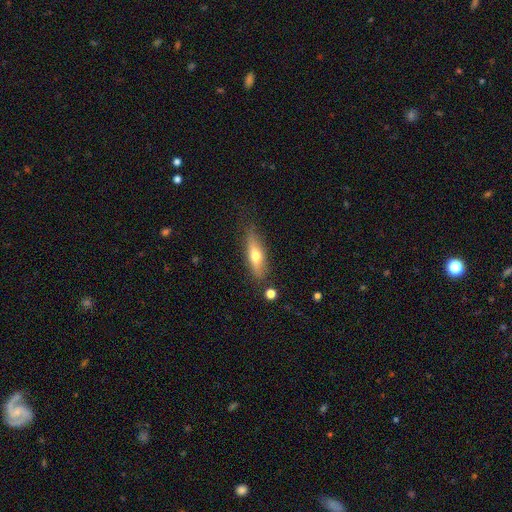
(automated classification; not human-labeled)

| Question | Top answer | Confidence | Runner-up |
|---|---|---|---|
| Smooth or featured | smooth | 54% | featured or disk (40%) |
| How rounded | cigar-shaped | 58% | in between (39%) |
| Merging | none | 78% | minor disturbance (14%) |